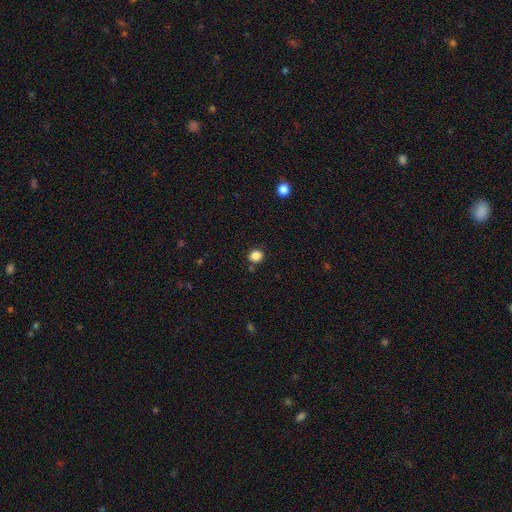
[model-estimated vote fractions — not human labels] A smooth galaxy with no disk features (85%) that is round (77%).

Vote fractions:
- Smooth or featured? smooth: 85% / star or artifact: 11% / featured or disk: 3%
- How rounded? round: 77% / in between: 23% / cigar-shaped: 1%
- Merging? none: 84% / minor disturbance: 9% / merger: 4% / major disturbance: 3%